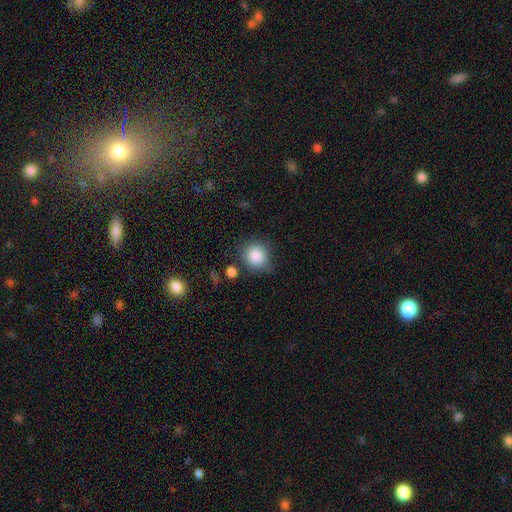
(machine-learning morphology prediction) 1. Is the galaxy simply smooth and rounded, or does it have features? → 86% smooth, 9% star or artifact, 5% featured or disk.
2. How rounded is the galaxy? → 86% round, 13% in between, 1% cigar-shaped.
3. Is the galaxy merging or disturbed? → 77% none, 14% minor disturbance, 5% merger, 4% major disturbance.